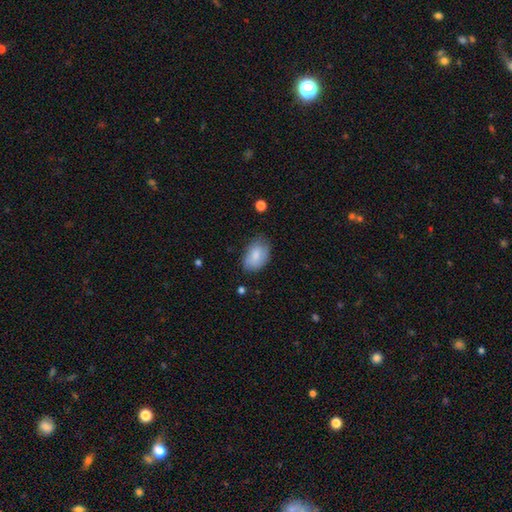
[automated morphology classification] smooth-or-featured: smooth: 79% | featured or disk: 14% | star or artifact: 6%
  how-rounded: in between: 89% | round: 10% | cigar-shaped: 1%
  merging: none: 67% | minor disturbance: 26% | major disturbance: 5% | merger: 2%